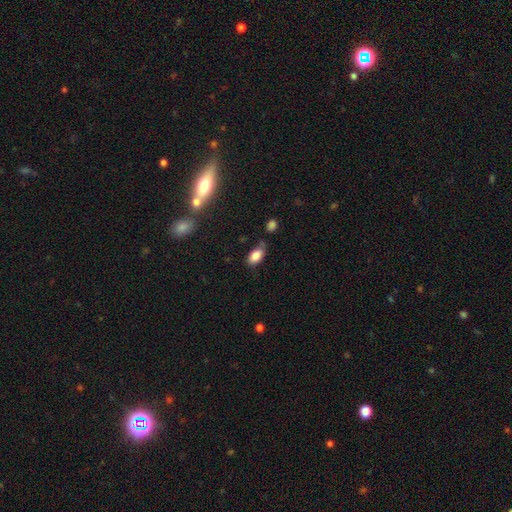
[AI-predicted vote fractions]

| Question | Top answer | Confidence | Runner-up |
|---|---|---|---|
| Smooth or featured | smooth | 84% | star or artifact (8%) |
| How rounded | in between | 92% | round (6%) |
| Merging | none | 63% | minor disturbance (25%) |